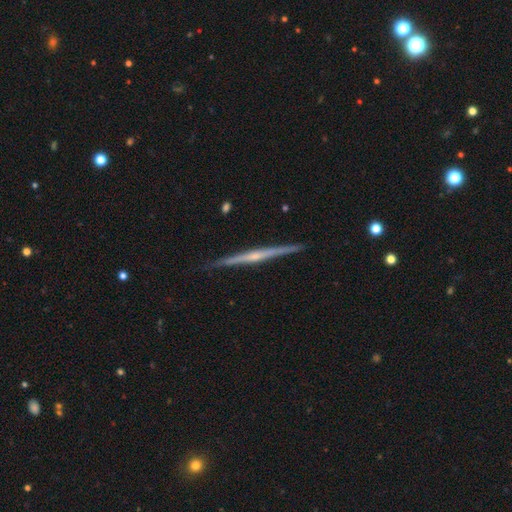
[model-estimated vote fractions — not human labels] This is likely a featured or disk galaxy (79%). It is clearly viewed edge-on (98%). Edge-on bulge: possibly rounded (57%). Merging: clearly none (91%).